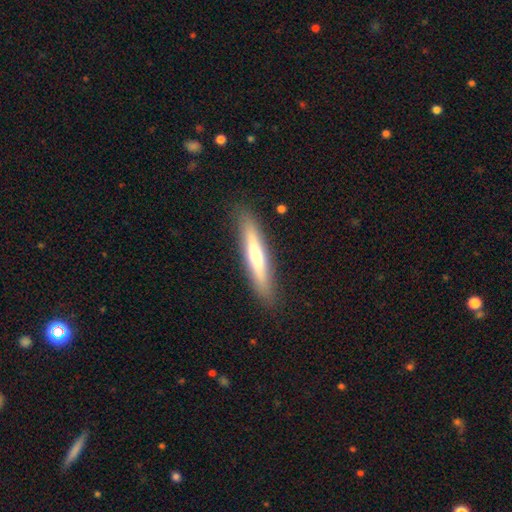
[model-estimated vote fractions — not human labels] The model was most divided on "smooth or featured": smooth: 56%, featured or disk: 38%, star or artifact: 6%. More confident: how rounded — cigar-shaped (90%); merging — none (88%).